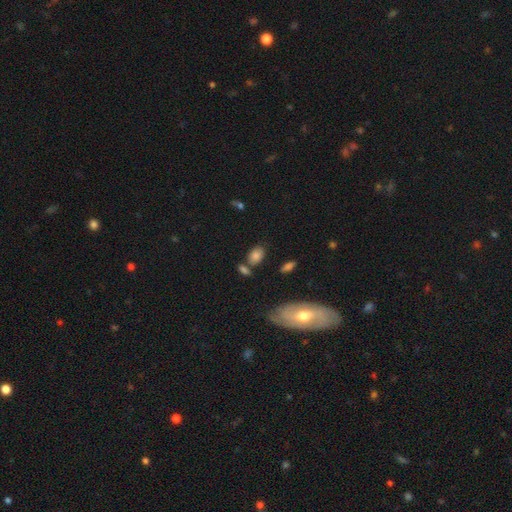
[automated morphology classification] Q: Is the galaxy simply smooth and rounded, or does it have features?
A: smooth — 79%.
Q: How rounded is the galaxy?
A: in between — 83%.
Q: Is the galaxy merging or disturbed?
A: none — 64%.